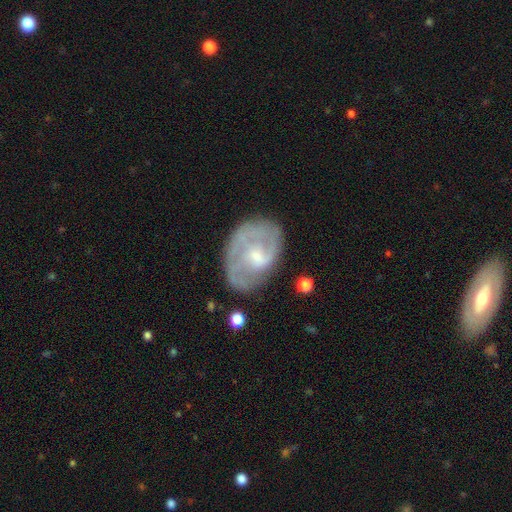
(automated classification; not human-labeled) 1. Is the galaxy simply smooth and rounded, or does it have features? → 73% featured or disk, 21% smooth, 7% star or artifact.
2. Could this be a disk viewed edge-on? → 97% no, 3% yes.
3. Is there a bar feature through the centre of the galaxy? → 50% no, 43% weak, 7% strong.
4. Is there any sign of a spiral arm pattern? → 81% yes, 19% no.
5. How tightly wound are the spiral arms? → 41% medium, 37% tight, 22% loose.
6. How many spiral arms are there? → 40% 2, 32% can't tell, 12% 1, 9% 3, 3% 4, 3% more than 4.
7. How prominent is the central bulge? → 61% small, 30% moderate, 6% none, 2% large, 1% dominant.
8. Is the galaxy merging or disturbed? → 61% none, 23% minor disturbance, 13% major disturbance, 3% merger.